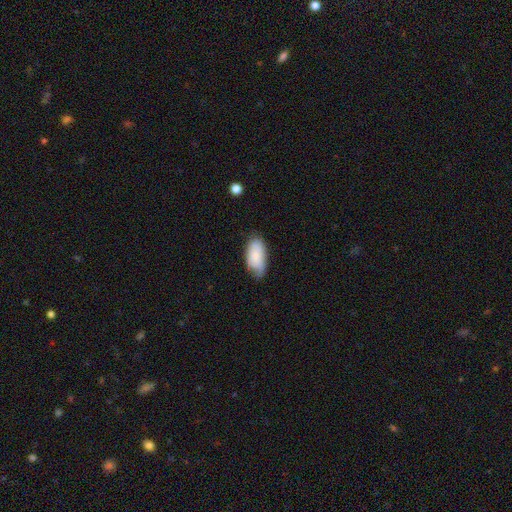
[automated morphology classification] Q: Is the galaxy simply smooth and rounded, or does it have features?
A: smooth — 80%.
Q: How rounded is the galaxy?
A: in between — 92%.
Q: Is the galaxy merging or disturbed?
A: none — 59%.